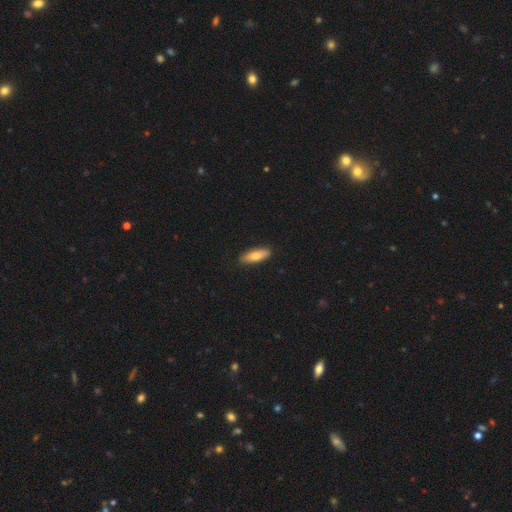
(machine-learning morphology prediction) Smooth or featured? smooth (74%)
How rounded? in between (50%)
Merging? none (89%)